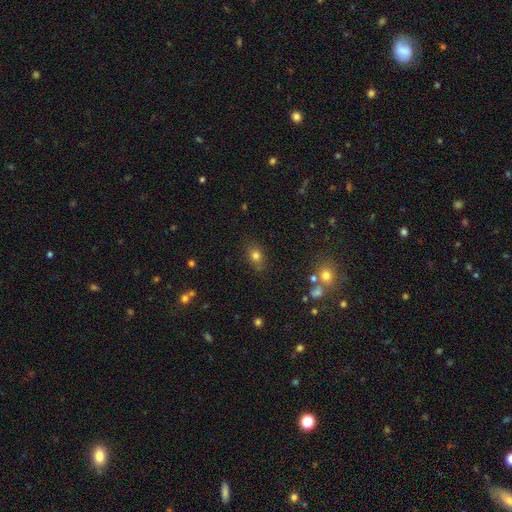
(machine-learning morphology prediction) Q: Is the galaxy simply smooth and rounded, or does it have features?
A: smooth — 77%.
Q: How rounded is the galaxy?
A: in between — 63%.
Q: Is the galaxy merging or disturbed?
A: none — 80%.